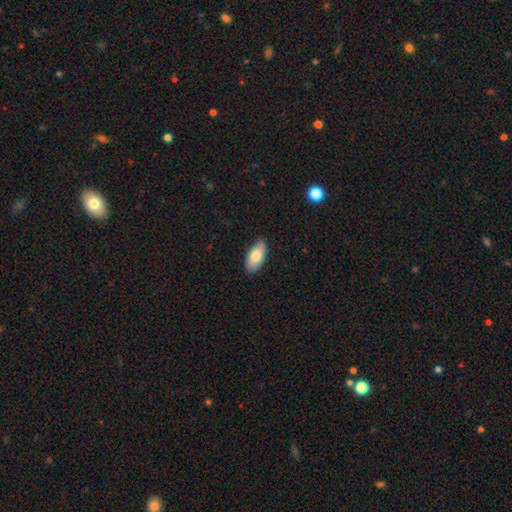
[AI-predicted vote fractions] This is clearly a smooth galaxy (82%). How rounded: clearly in between (91%). Merging: clearly none (85%).